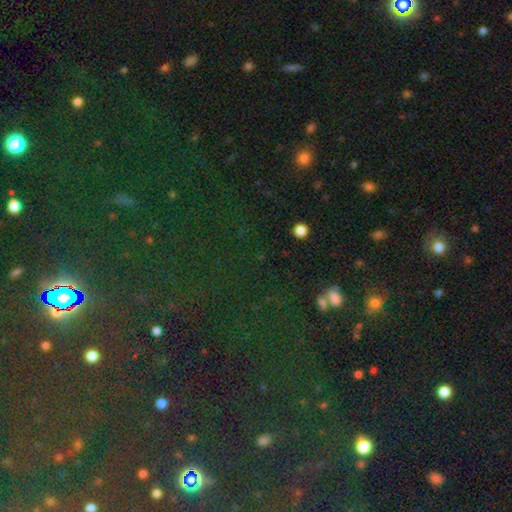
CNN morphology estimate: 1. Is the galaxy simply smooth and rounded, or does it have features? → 78% star or artifact, 14% smooth, 8% featured or disk.